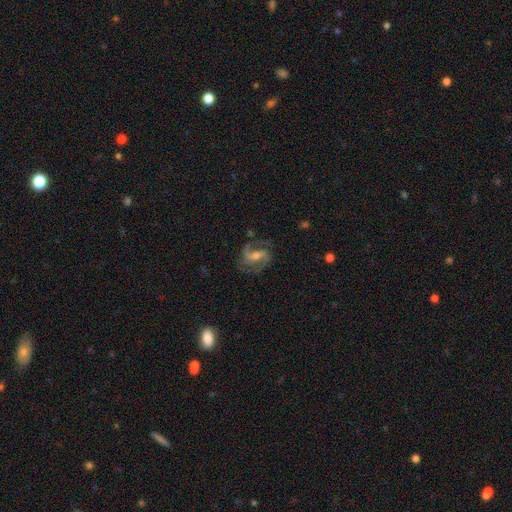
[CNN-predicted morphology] This appears to be a featured or disk galaxy (88%) with a weak bar (44%), 2 (82%) medium (56%) spiral arms (97%) and a moderate central bulge (53%). Merging: none (72%).